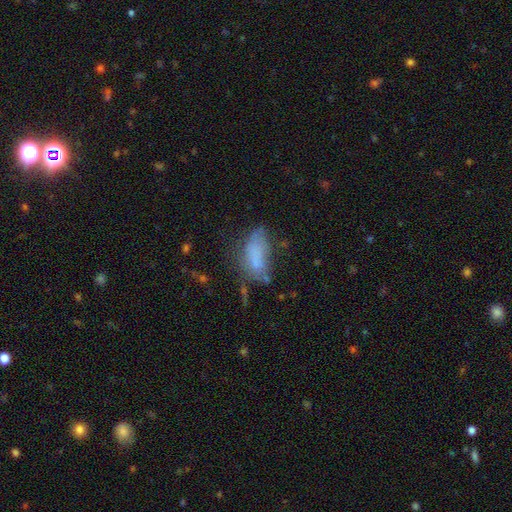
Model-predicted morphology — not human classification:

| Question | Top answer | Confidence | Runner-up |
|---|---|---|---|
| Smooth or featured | smooth | 67% | featured or disk (21%) |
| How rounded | in between | 83% | cigar-shaped (13%) |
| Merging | none | 35% | minor disturbance (30%) |